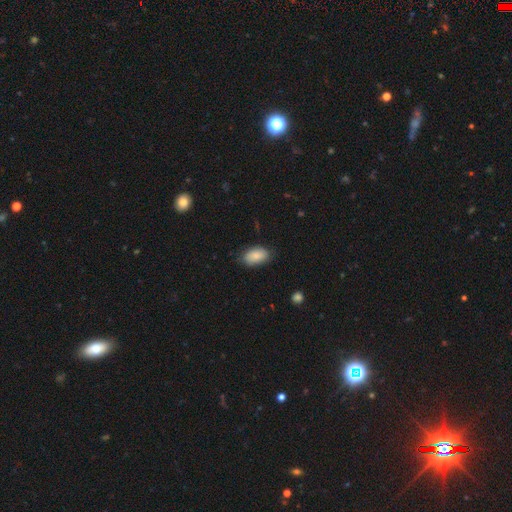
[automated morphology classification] Smooth or featured? smooth (85%)
How rounded? in between (93%)
Merging? none (77%)